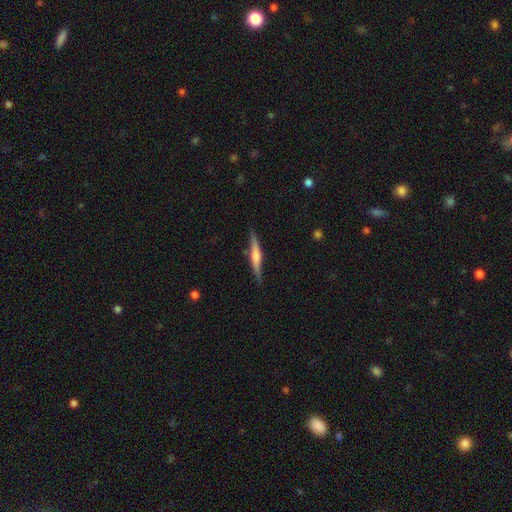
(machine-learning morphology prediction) smooth-or-featured: featured or disk: 60% | smooth: 34% | star or artifact: 6%
  disk-edge-on: yes: 96% | no: 4%
    edge-on-bulge: rounded: 66% | boxy: 20% | none: 14%
  merging: none: 84% | minor disturbance: 12% | major disturbance: 2% | merger: 2%